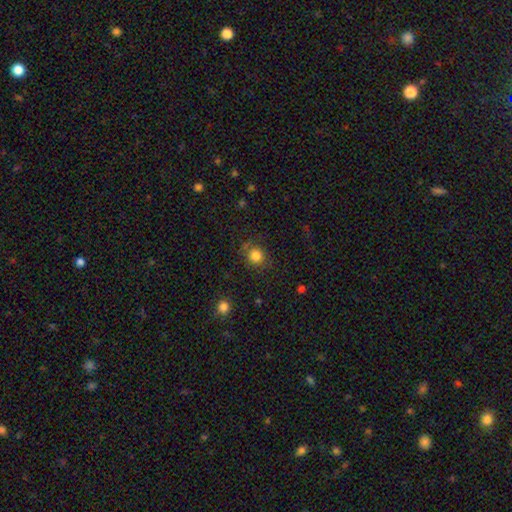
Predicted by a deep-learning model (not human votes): Smooth or featured?
  - smooth: 82% *
  - star or artifact: 12%
  - featured or disk: 6%
How rounded?
  - round: 86% *
  - in between: 13%
  - cigar-shaped: 1%
Merging?
  - none: 79% *
  - minor disturbance: 13%
  - major disturbance: 5%
  - merger: 3%